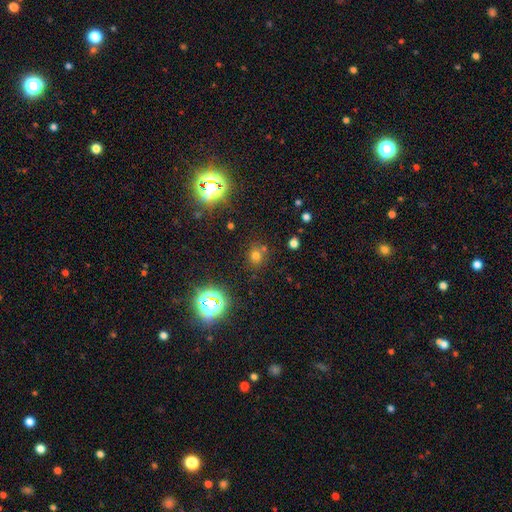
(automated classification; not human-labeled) Smooth or featured? smooth (60%)
How rounded? round (81%)
Merging? none (73%)